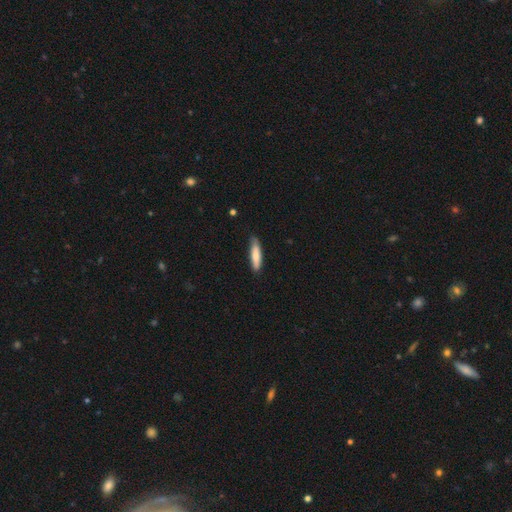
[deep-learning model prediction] This is likely a smooth galaxy (77%). How rounded: likely cigar-shaped (75%). Merging: likely none (79%).